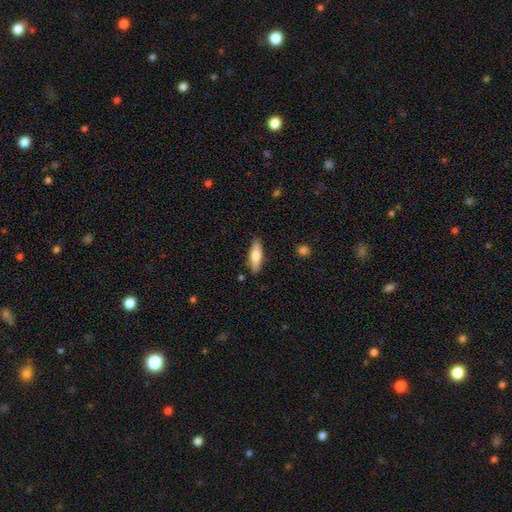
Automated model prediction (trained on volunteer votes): This appears to be a smooth galaxy with no disk features (74%) that is in between round and cigar-shaped (51%). Merging: none (85%).